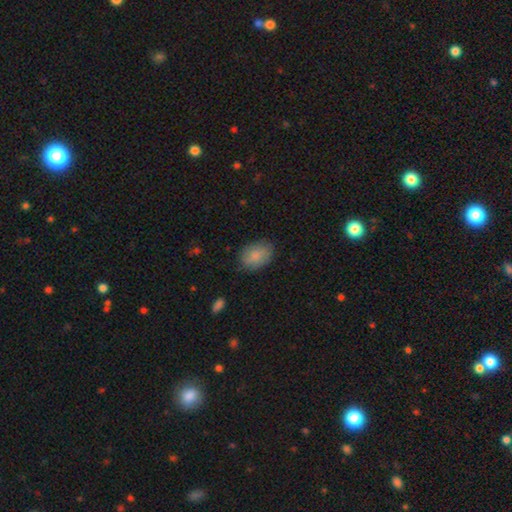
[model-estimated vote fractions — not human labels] Smooth or featured? Predicted: smooth (p=0.84). How rounded? Predicted: in between (p=0.78). Merging? Predicted: none (p=0.79).